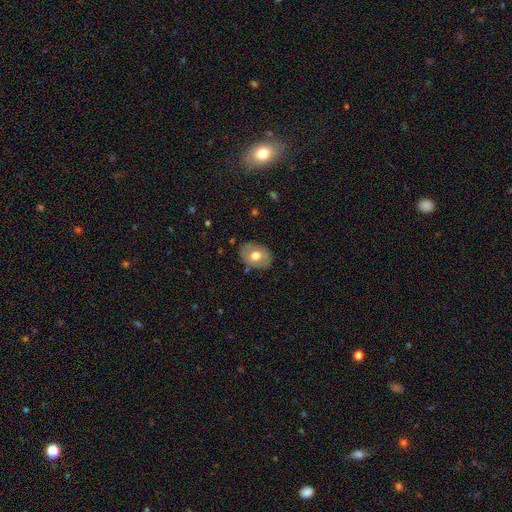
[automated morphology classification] Smooth or featured: smooth — 62% (featured or disk — 32%)
How rounded: in between — 70% (round — 29%)
Merging: none — 83% (minor disturbance — 13%)